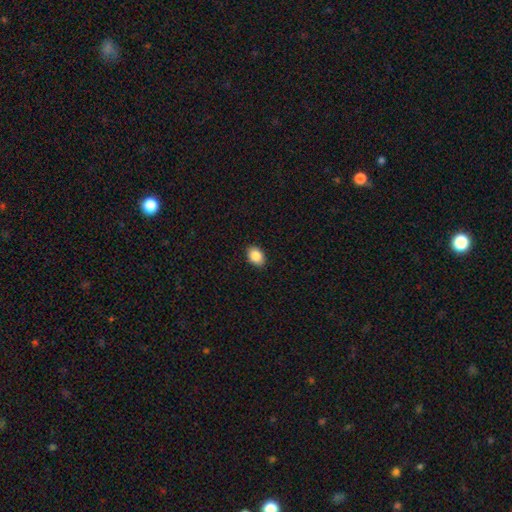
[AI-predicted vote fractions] This is clearly a smooth galaxy (88%). How rounded: likely in between (79%). Merging: clearly none (89%).